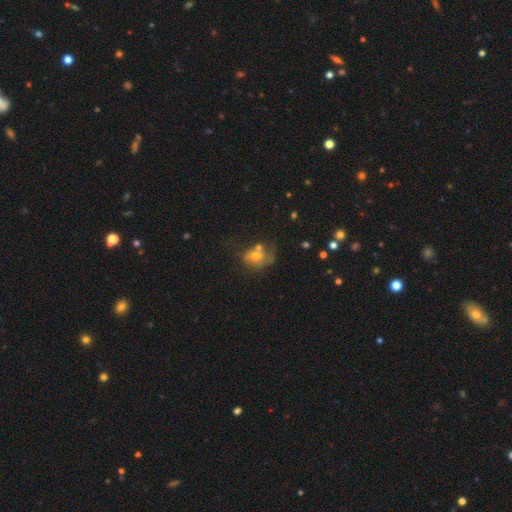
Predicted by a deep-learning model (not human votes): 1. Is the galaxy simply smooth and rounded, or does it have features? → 47% smooth, 39% featured or disk, 14% star or artifact.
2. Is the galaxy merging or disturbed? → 30% none, 27% merger, 24% major disturbance, 19% minor disturbance.